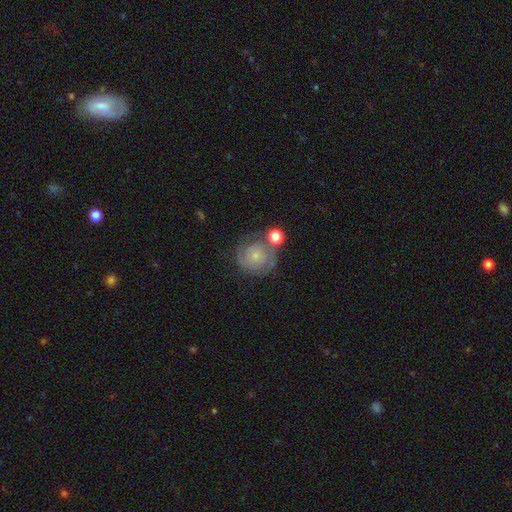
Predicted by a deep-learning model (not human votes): A featured or disk galaxy (71%) with no bar (79%), 2 (60%) tight (66%) spiral arms (92%) and a small central bulge (73%).

Vote fractions:
- Smooth or featured? featured or disk: 71% / smooth: 22% / star or artifact: 8%
- Edge-on disk? no: 98% / yes: 2%
- Bar? no: 79% / weak: 17% / strong: 3%
- Spiral arms? yes: 92% / no: 8%
- Spiral winding? tight: 66% / medium: 26% / loose: 8%
- Spiral arm count? 2: 60% / can't tell: 19% / 3: 11% / 1: 5% / 4: 3% / more than 4: 3%
- Bulge size? small: 73% / moderate: 18% / none: 5% / large: 2% / dominant: 1%
- Merging? none: 61% / minor disturbance: 17% / merger: 13% / major disturbance: 9%